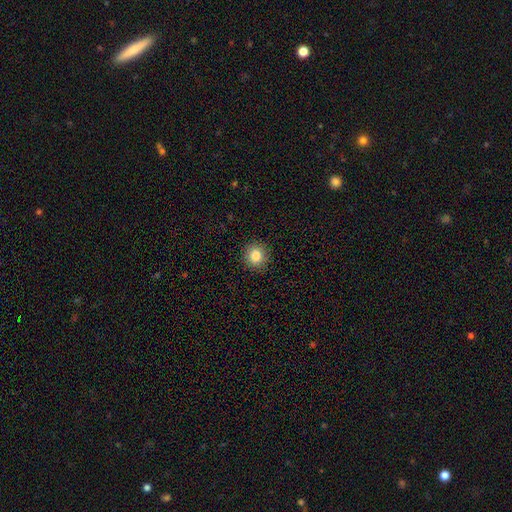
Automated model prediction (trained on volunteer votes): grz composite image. It shows a smooth galaxy with no disk features (84%) that is round (90%). Merging: none (91%).